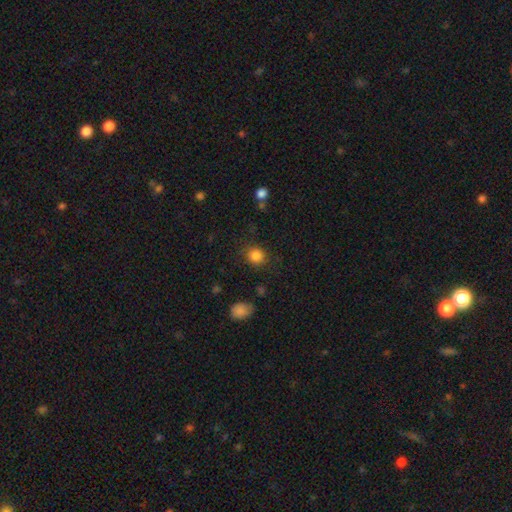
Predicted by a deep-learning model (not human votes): Morphology: type=smooth (85%); roundness=round (83%); merging=none (81%).